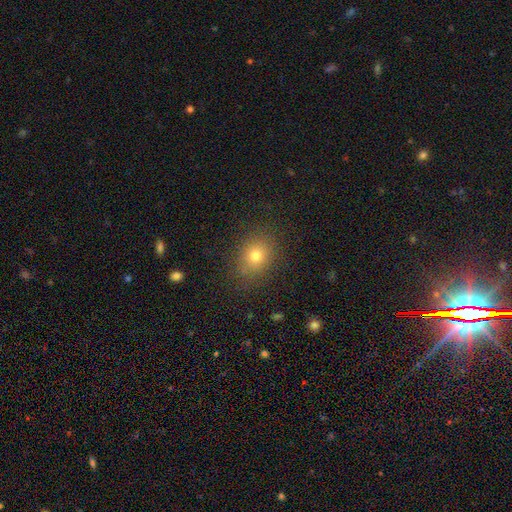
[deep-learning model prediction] Q: Smooth or featured?
A: smooth (76%); runner-up: star or artifact (14%)
Q: How rounded?
A: round (58%); runner-up: in between (41%)
Q: Merging?
A: none (83%); runner-up: minor disturbance (11%)